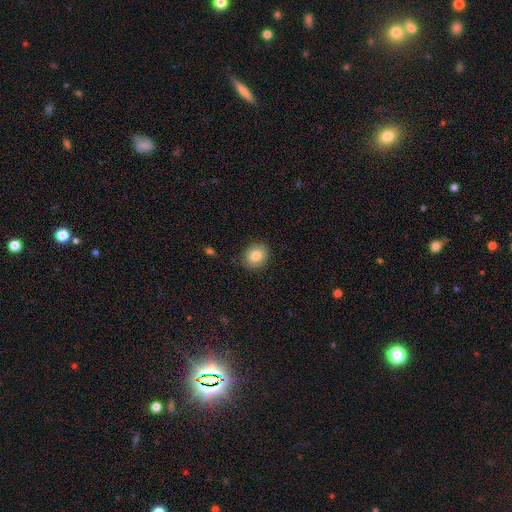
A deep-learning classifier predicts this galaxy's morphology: Overall: smooth (81%). How rounded: round (63%; in between 36%). Merging: none (87%).